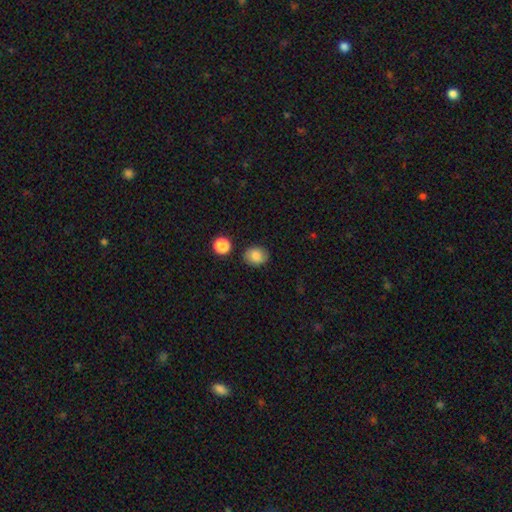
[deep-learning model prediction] Morphology: type=smooth (83%); roundness=round (59%); merging=none (85%).